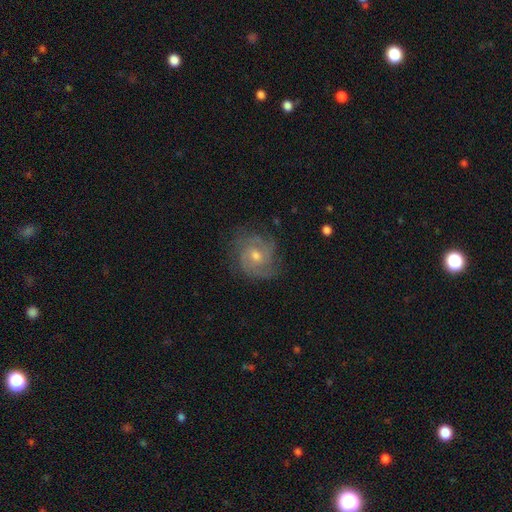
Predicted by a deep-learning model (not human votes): The model was most divided on "spiral arm count": 3: 31%, can't tell: 27%, 2: 21%, 4: 11%, 1: 5%, more than 4: 5%. More confident: edge-on disk — no (97%); spiral arms — yes (93%); smooth or featured — featured or disk (77%); merging — none (73%); bar — no (69%); bulge size — moderate (62%); spiral winding — tight (53%).